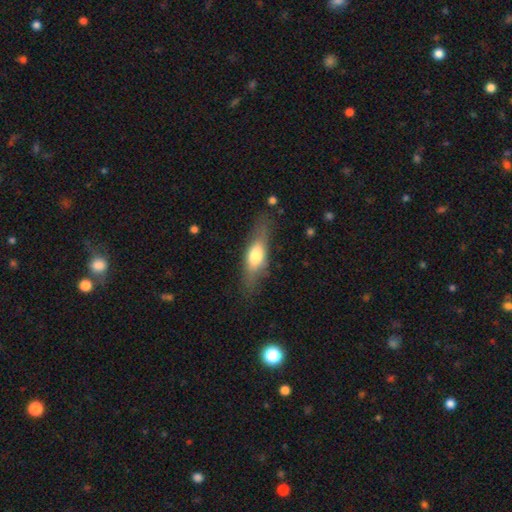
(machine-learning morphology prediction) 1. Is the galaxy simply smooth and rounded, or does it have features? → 57% smooth, 36% featured or disk, 6% star or artifact.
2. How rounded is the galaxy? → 51% in between, 46% cigar-shaped, 3% round.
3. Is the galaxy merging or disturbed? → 74% none, 18% minor disturbance, 7% major disturbance, 2% merger.